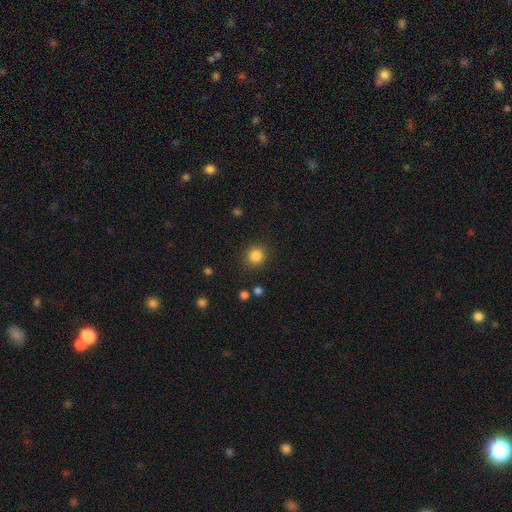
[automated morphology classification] This is clearly a smooth galaxy (85%). How rounded: clearly round (90%). Merging: clearly none (88%).